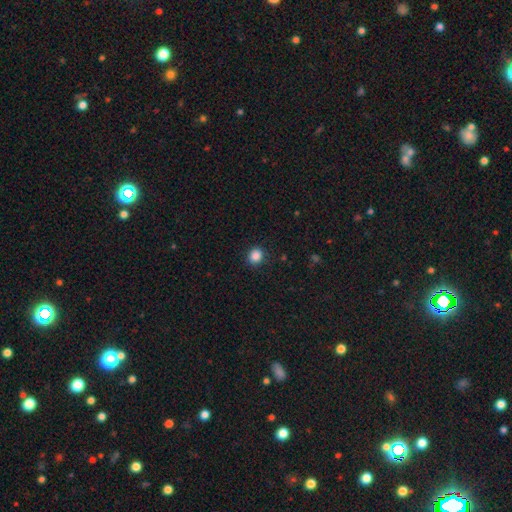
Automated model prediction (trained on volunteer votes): Overall: smooth (87%). How rounded: round (76%). Merging: none (90%).